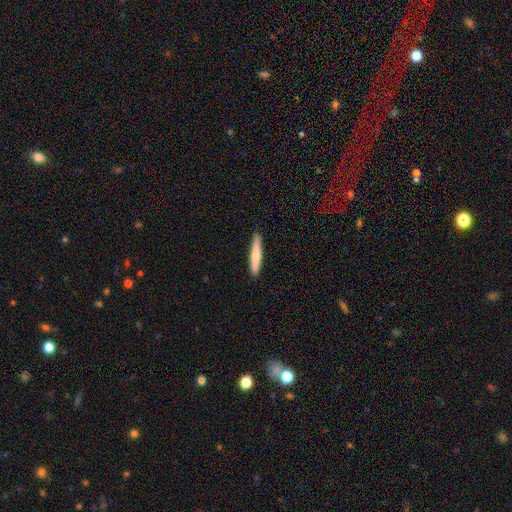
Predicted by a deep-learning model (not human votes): Smooth or featured?
  - smooth: 68% *
  - featured or disk: 27%
  - star or artifact: 5%
How rounded?
  - cigar-shaped: 92% *
  - in between: 7%
  - round: 1%
Merging?
  - none: 91% *
  - minor disturbance: 7%
  - major disturbance: 1%
  - merger: 1%